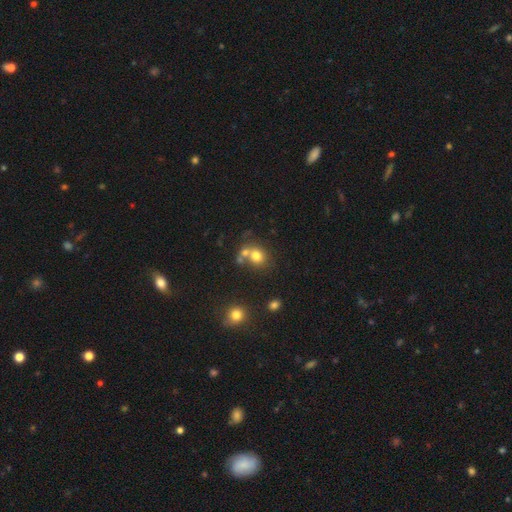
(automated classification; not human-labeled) The model was most divided on "merging": none: 47%, merger: 38%, minor disturbance: 10%, major disturbance: 5%. More confident: how rounded — round (75%); smooth or featured — smooth (74%).